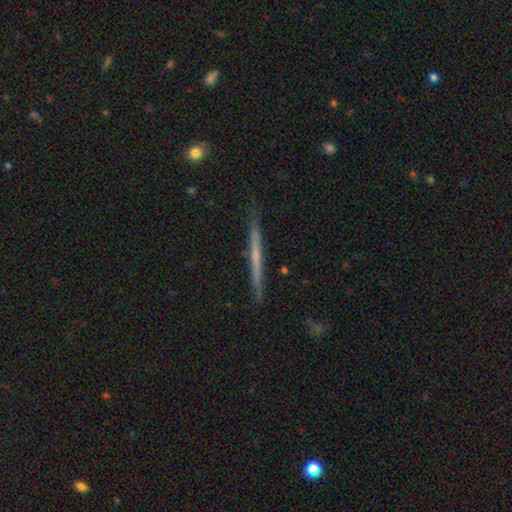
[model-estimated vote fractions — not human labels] smooth_or_featured: featured or disk (p=0.54) [alt: smooth p=0.40]
disk_edge_on: yes (p=0.98) [alt: no p=0.02]
edge_on_bulge: none (p=0.87) [alt: rounded p=0.09]
merging: none (p=0.89) [alt: minor disturbance p=0.08]